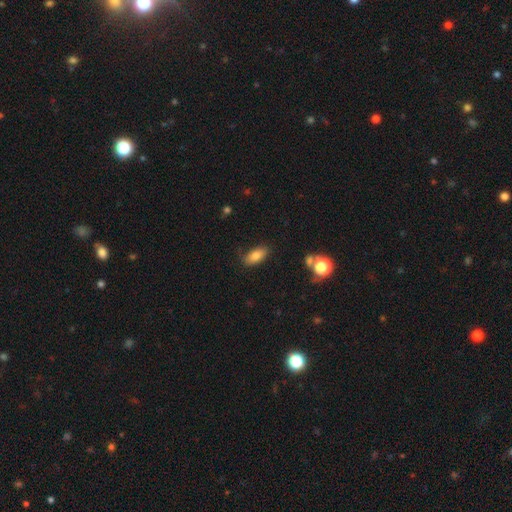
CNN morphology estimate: smooth-or-featured: smooth: 79% | featured or disk: 12% | star or artifact: 9%
  how-rounded: in between: 86% | cigar-shaped: 10% | round: 4%
  merging: none: 78% | minor disturbance: 16% | major disturbance: 4% | merger: 2%